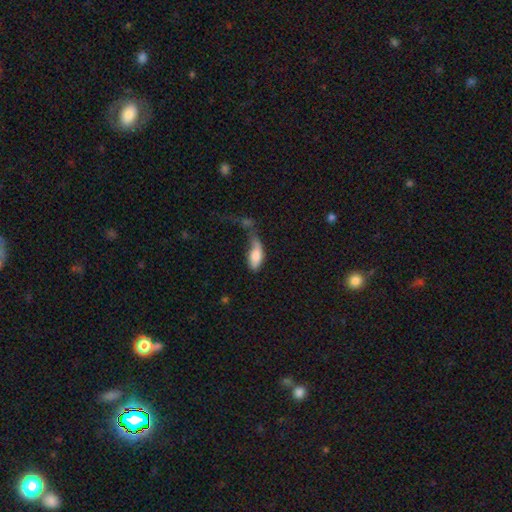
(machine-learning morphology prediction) A smooth galaxy with no disk features (75%) that is in between round and cigar-shaped (84%).

Vote fractions:
- Smooth or featured? smooth: 75% / featured or disk: 18% / star or artifact: 7%
- How rounded? in between: 84% / cigar-shaped: 12% / round: 3%
- Merging? major disturbance: 36% / minor disturbance: 24% / none: 20% / merger: 20%